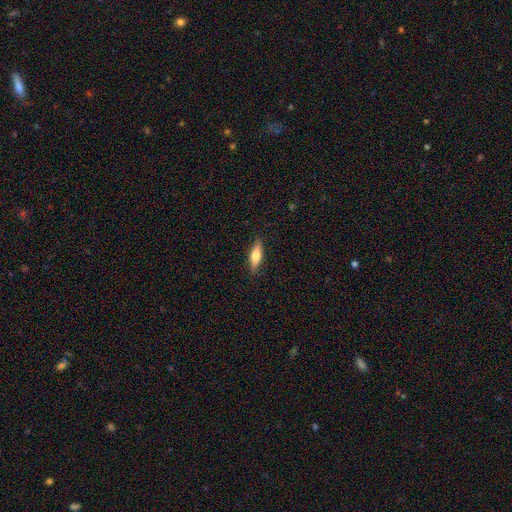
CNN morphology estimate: The model was most divided on "how rounded": cigar-shaped: 53%, in between: 45%, round: 2%. More confident: merging — none (87%); smooth or featured — smooth (58%).